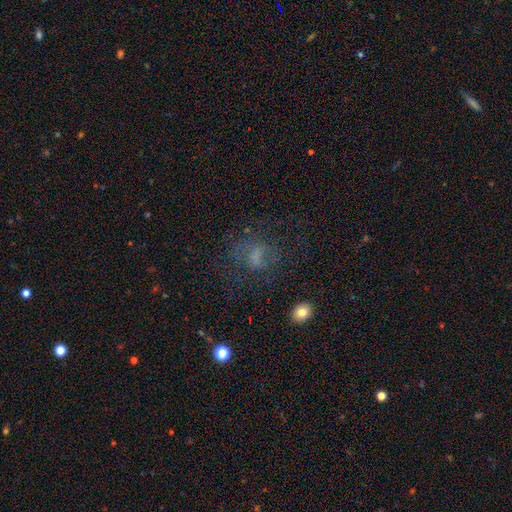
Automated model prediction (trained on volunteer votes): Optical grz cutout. It shows a smooth galaxy with no disk features (45%). Merging: none (52%).